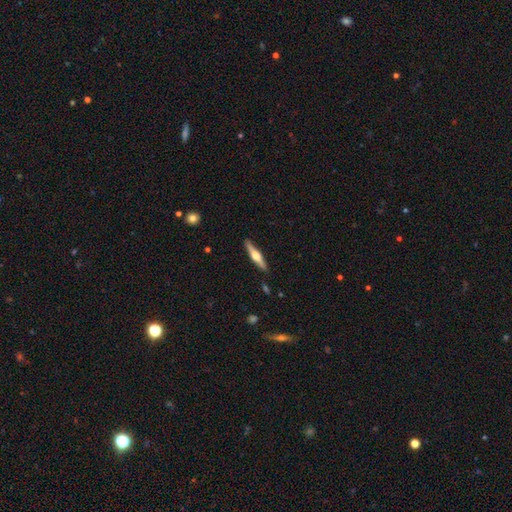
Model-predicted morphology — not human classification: This appears to be a featured or disk galaxy (64%) viewed edge-on (97%) with a rounded central bulge (93%). Merging: none (90%).